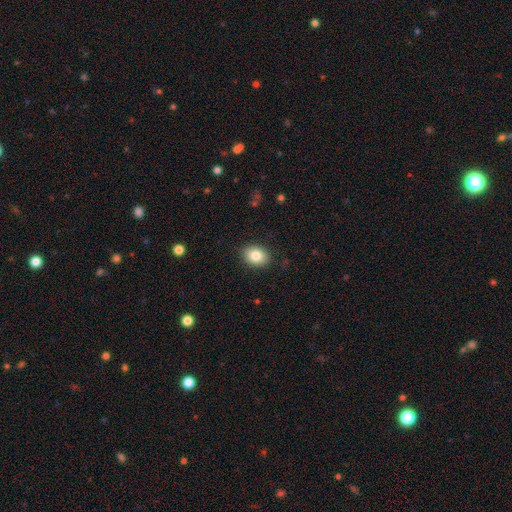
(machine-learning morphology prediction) Smooth or featured?
  - smooth: 83% *
  - featured or disk: 9%
  - star or artifact: 8%
How rounded?
  - in between: 62% *
  - round: 37%
  - cigar-shaped: 1%
Merging?
  - none: 88% *
  - minor disturbance: 9%
  - major disturbance: 2%
  - merger: 1%